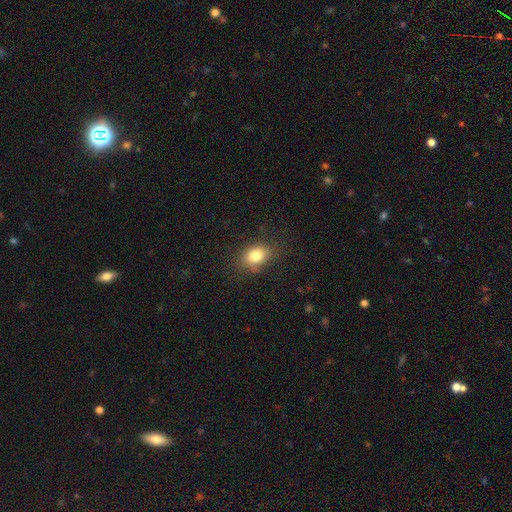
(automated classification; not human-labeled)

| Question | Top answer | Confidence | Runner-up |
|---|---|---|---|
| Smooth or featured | smooth | 82% | star or artifact (10%) |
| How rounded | in between | 65% | round (34%) |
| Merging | none | 77% | minor disturbance (16%) |